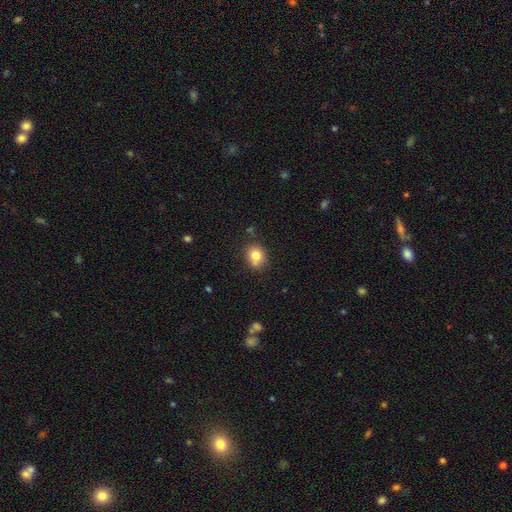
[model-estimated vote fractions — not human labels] smooth-or-featured: smooth: 79% | star or artifact: 11% | featured or disk: 10%
  how-rounded: round: 61% | in between: 38% | cigar-shaped: 1%
  merging: none: 71% | minor disturbance: 17% | merger: 8% | major disturbance: 4%